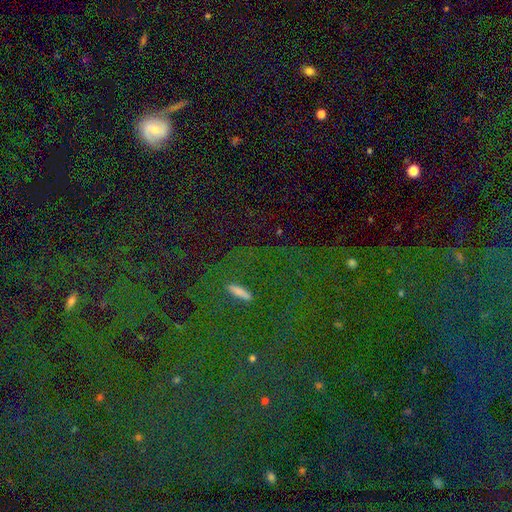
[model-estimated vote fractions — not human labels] Smooth or featured? Predicted: star or artifact (p=0.77).